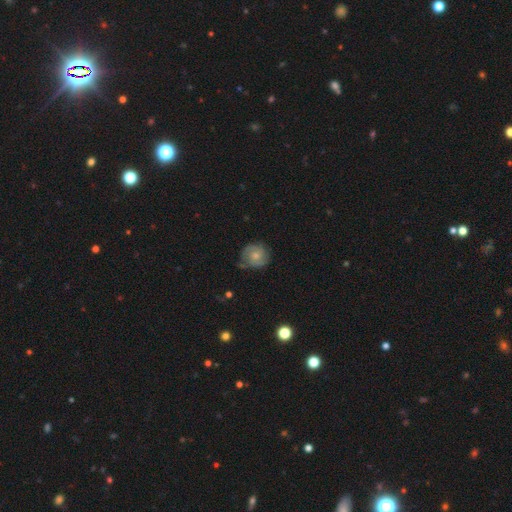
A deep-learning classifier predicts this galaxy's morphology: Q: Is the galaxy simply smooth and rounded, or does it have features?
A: featured or disk — 47%.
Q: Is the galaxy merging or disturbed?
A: none — 65%.